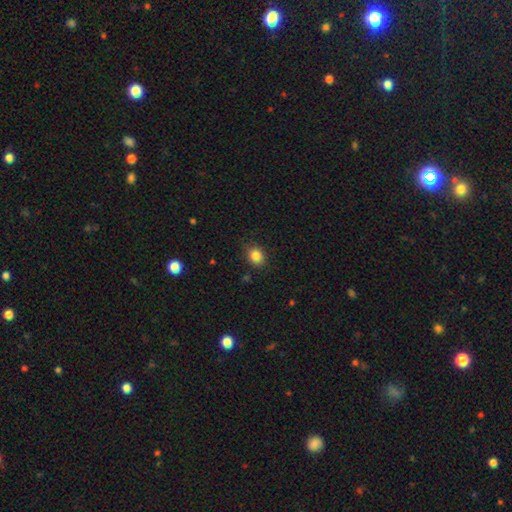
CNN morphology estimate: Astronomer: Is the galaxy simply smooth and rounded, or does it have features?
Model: smooth — 84%.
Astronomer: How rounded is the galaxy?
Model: round — 57% (runner-up: in between, 42%).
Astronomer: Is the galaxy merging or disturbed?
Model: none — 85%.